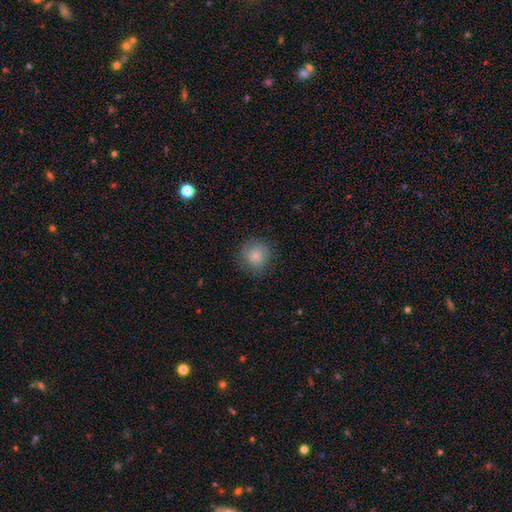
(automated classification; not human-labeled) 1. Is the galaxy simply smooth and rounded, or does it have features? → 78% smooth, 14% featured or disk, 8% star or artifact.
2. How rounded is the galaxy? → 90% round, 9% in between, 1% cigar-shaped.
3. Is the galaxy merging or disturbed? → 79% none, 15% minor disturbance, 5% major disturbance, 1% merger.